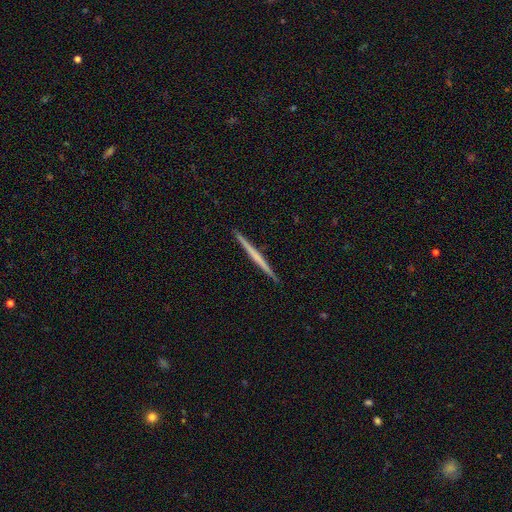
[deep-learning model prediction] The model was most divided on "smooth or featured": featured or disk: 54%, smooth: 41%, star or artifact: 5%. More confident: edge-on disk — yes (98%); merging — none (93%); edge-on bulge — none (89%).